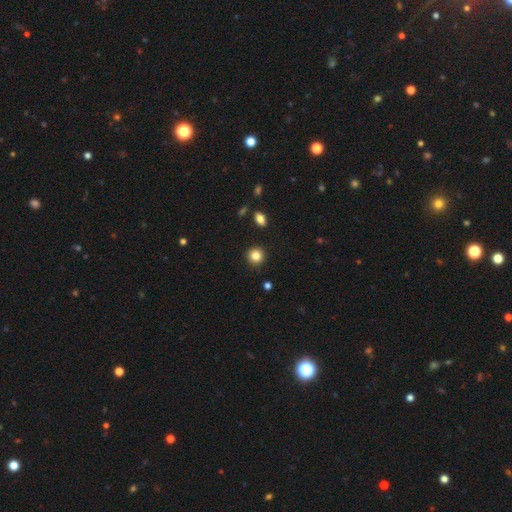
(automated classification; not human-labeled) smooth-or-featured: smooth: 84% | star or artifact: 11% | featured or disk: 5%
  how-rounded: round: 93% | in between: 6% | cigar-shaped: 1%
  merging: none: 92% | minor disturbance: 5% | major disturbance: 2% | merger: 1%